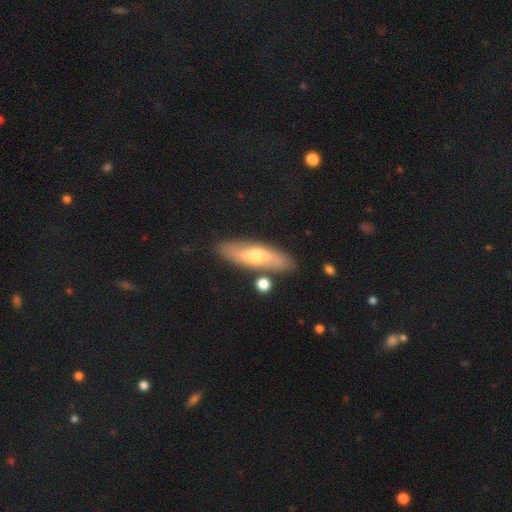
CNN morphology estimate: Smooth or featured? featured or disk (50%)
Edge-on disk? no (58%)
Merging? none (80%)